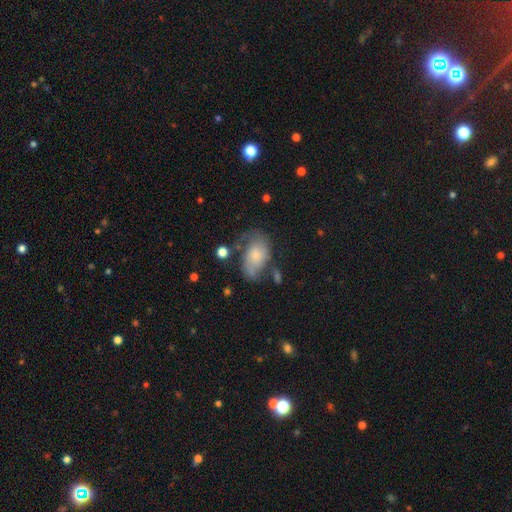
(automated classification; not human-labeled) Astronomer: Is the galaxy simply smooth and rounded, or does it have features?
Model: smooth — 48% (runner-up: featured or disk, 43%).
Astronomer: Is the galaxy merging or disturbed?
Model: none — 44% (runner-up: minor disturbance, 29%).